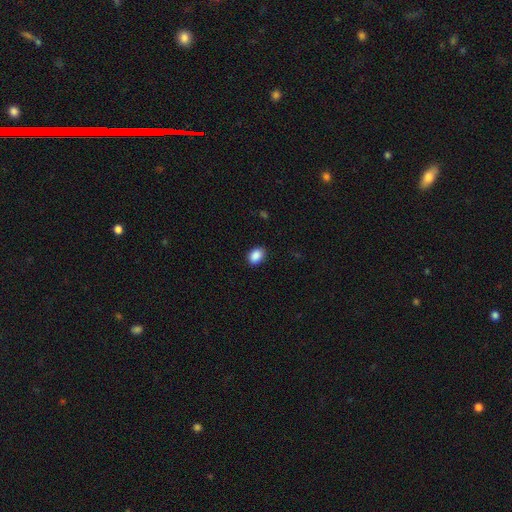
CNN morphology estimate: This appears to be a smooth galaxy with no disk features (89%) that is in between round and cigar-shaped (78%). Merging: none (88%).